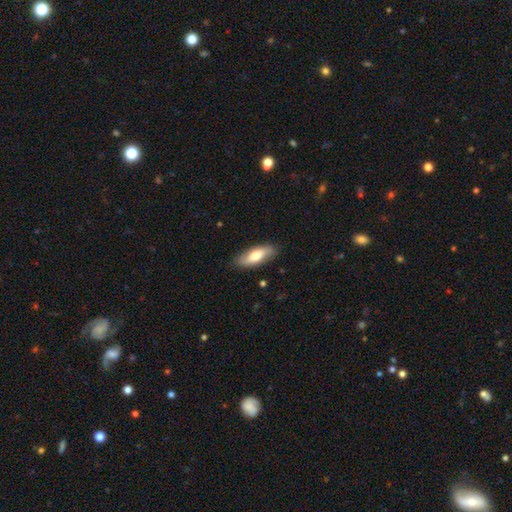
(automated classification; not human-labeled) smooth 64%, featured or disk 30%, star or artifact 6%. Down the decision tree: how rounded — in between (73%); merging — none (83%).